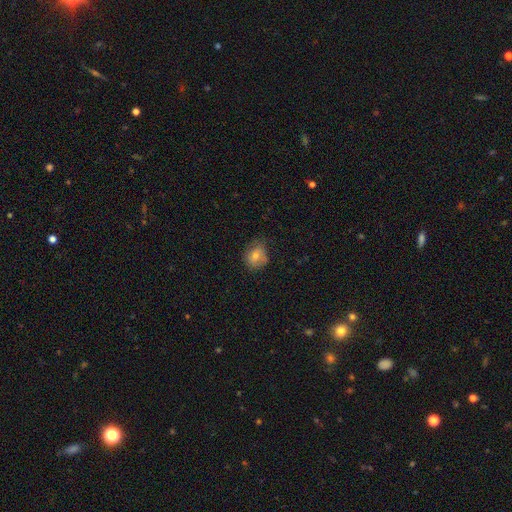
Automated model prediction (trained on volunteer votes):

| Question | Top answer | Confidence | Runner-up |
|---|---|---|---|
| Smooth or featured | smooth | 66% | featured or disk (22%) |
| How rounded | round | 59% | in between (39%) |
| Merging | none | 63% | minor disturbance (27%) |